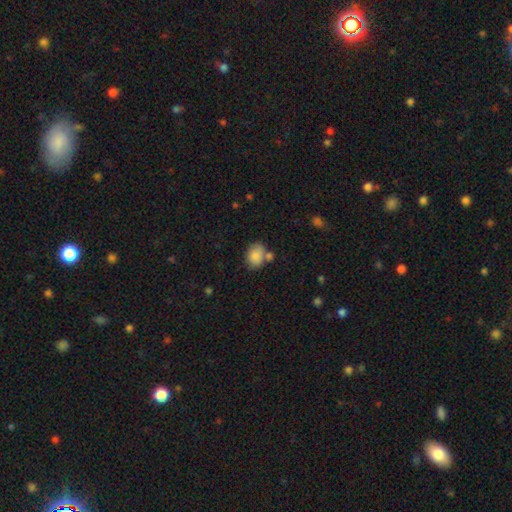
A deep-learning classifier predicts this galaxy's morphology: Overall: smooth (85%). How rounded: in between (66%; round 33%). Merging: none (54%; merger 22%).